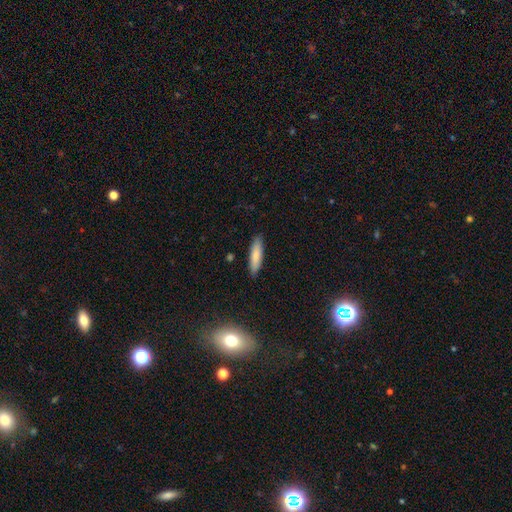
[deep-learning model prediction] The model was most divided on "how rounded": cigar-shaped: 68%, in between: 31%, round: 2%. More confident: merging — none (88%); smooth or featured — smooth (80%).